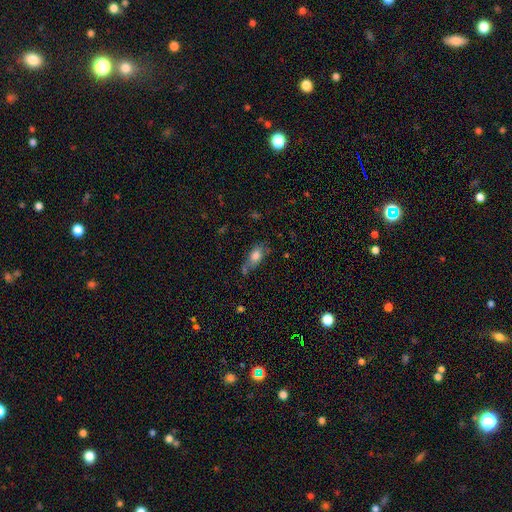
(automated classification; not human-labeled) This appears to be a smooth galaxy with no disk features (75%) that is in between round and cigar-shaped (82%). Merging: none (51%).